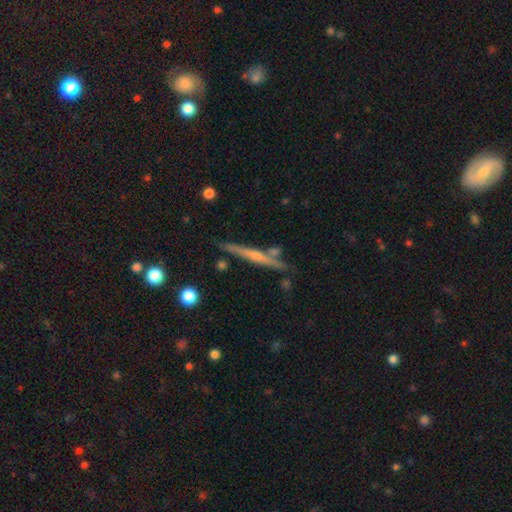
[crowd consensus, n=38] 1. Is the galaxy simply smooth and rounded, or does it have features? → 82% featured or disk, 11% star or artifact, 8% smooth.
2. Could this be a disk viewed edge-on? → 90% yes, 10% no.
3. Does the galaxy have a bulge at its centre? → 89% rounded, 11% none, 0% boxy.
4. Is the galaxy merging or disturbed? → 68% none, 18% merger, 12% minor disturbance, 3% major disturbance.